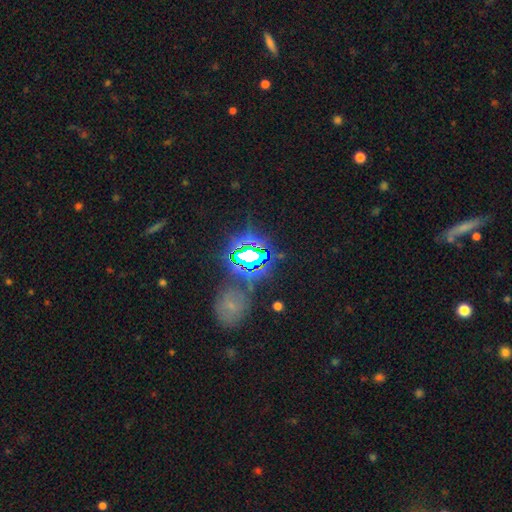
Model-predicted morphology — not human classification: smooth-or-featured: star or artifact: 76% | smooth: 14% | featured or disk: 10%